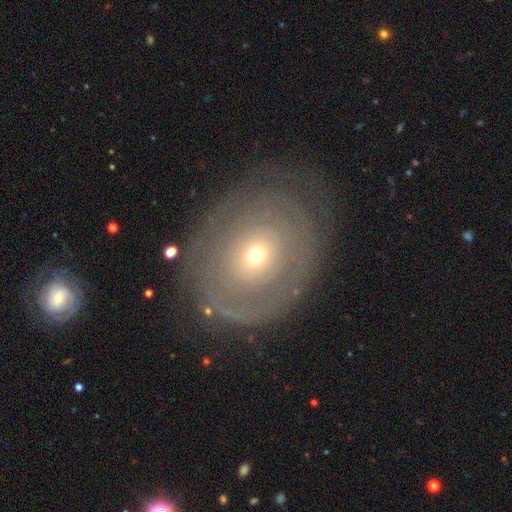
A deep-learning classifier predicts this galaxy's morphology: This is likely a featured or disk galaxy (64%). It is clearly not viewed edge-on (95%). Bar: clearly no (86%). Spiral arm pattern: possibly yes (60%). Central bulge: possibly small (58%). Merging: likely none (68%).